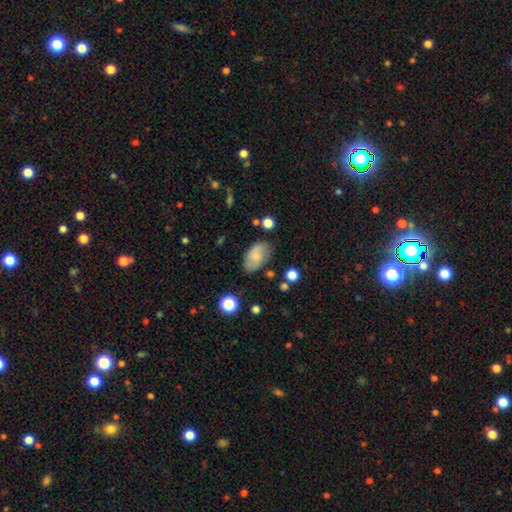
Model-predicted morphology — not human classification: The model was most divided on "smooth or featured": smooth: 68%, featured or disk: 24%, star or artifact: 8%. More confident: how rounded — in between (92%); merging — none (72%).